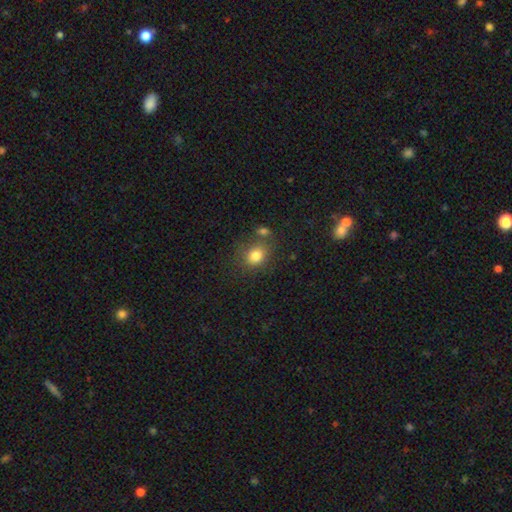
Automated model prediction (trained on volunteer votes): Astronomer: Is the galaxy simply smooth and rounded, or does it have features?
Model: smooth — 82%.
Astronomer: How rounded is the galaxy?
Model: round — 59% (runner-up: in between, 40%).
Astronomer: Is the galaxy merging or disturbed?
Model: none — 68%.